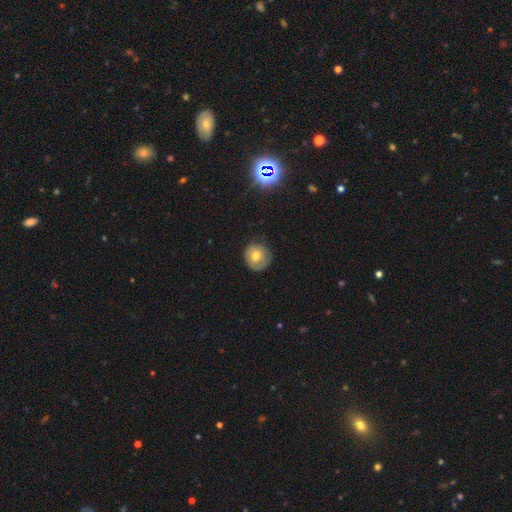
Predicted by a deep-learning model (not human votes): smooth_or_featured: smooth (p=0.64) [alt: featured or disk p=0.27]
how_rounded: round (p=0.88) [alt: in between p=0.11]
merging: none (p=0.70) [alt: minor disturbance p=0.23]